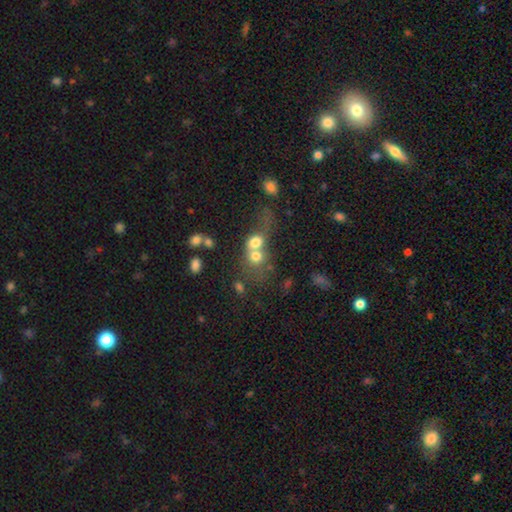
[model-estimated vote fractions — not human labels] Q: Smooth or featured?
A: smooth (67%); runner-up: featured or disk (20%)
Q: How rounded?
A: round (67%); runner-up: in between (32%)
Q: Merging?
A: merger (69%); runner-up: none (17%)